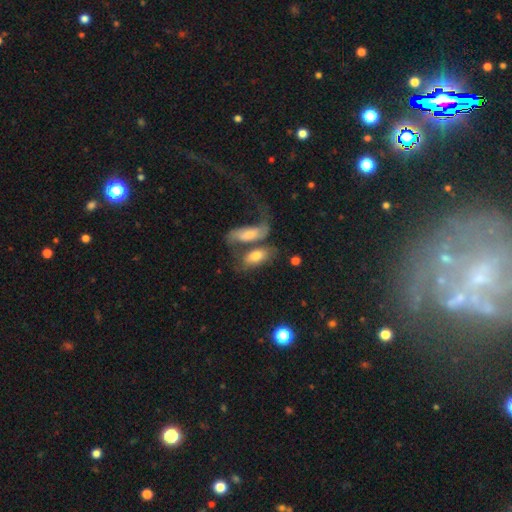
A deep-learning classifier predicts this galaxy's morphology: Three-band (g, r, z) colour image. It shows a smooth galaxy with no disk features (60%) that is in between round and cigar-shaped (80%). Merging: merger (54%).